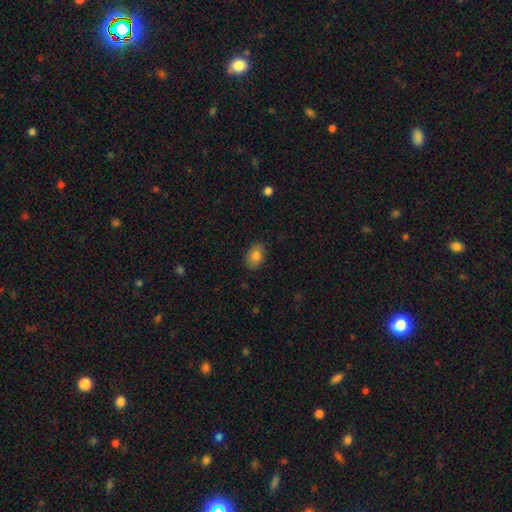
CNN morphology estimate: Smooth or featured? Predicted: smooth (p=0.81). How rounded? Predicted: in between (p=0.77). Merging? Predicted: none (p=0.85).